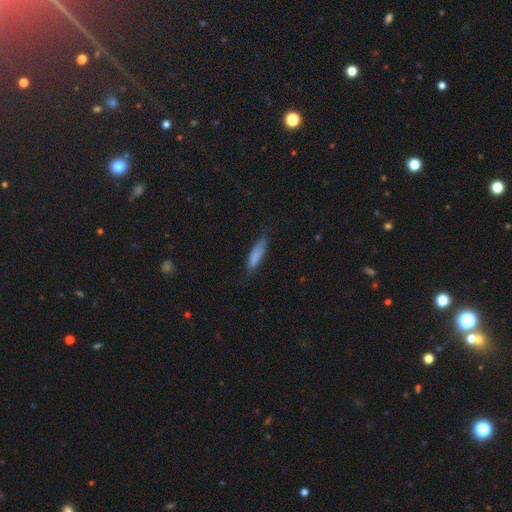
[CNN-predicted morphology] smooth-or-featured: smooth: 81% | featured or disk: 12% | star or artifact: 7%
  how-rounded: cigar-shaped: 64% | in between: 34% | round: 2%
  merging: none: 71% | minor disturbance: 22% | major disturbance: 5% | merger: 2%